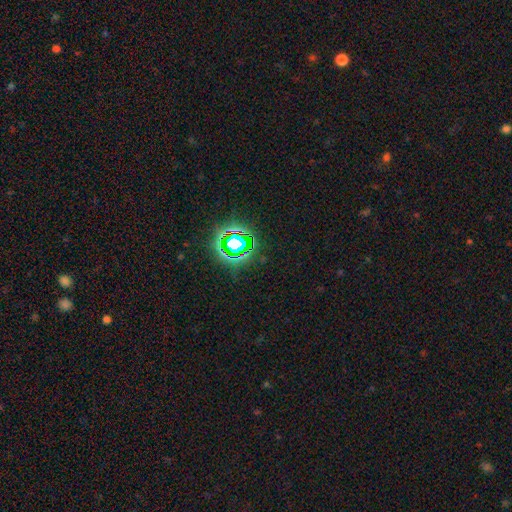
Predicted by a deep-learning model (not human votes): Smooth or featured? Predicted: star or artifact (p=0.76).